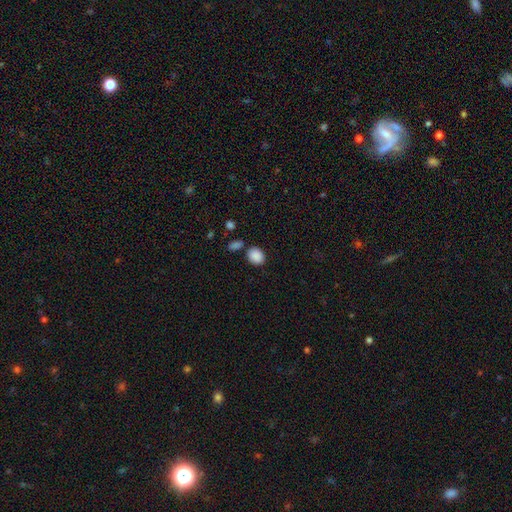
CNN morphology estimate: Overall: smooth (88%). How rounded: in between (52%; round 47%). Merging: none (76%).